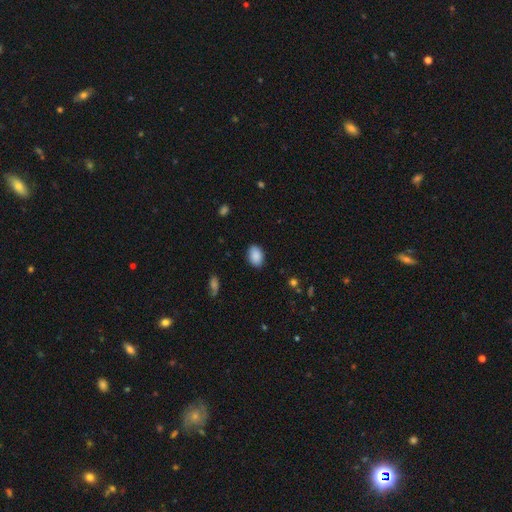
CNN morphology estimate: This is clearly a smooth galaxy (89%). How rounded: clearly in between (86%). Merging: clearly none (86%).